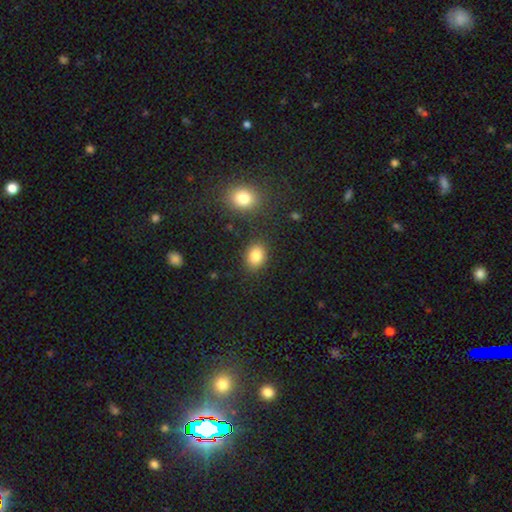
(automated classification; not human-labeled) Overall: smooth (84%). How rounded: in between (63%; round 36%). Merging: none (83%).